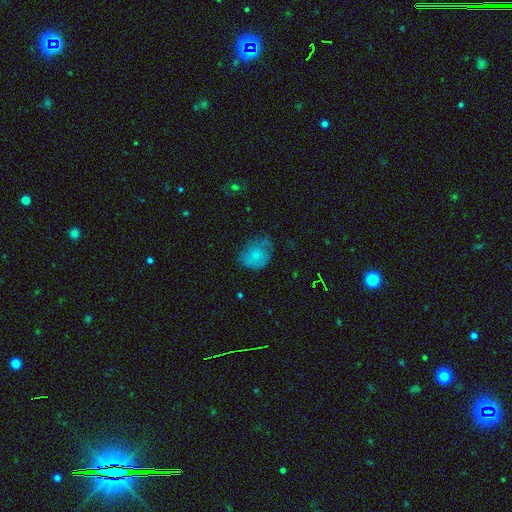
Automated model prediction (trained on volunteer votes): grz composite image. It shows a smooth galaxy with no disk features (71%) that is in between round and cigar-shaped (52%). Merging: none (52%).